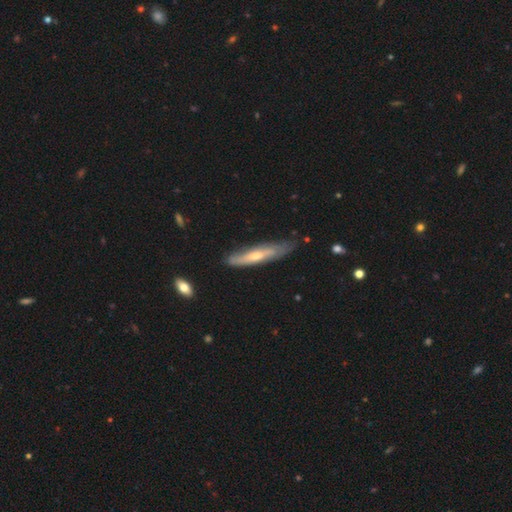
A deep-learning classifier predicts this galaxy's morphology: This appears to be a featured or disk galaxy (52%) viewed edge-on (74%). Merging: none (69%).